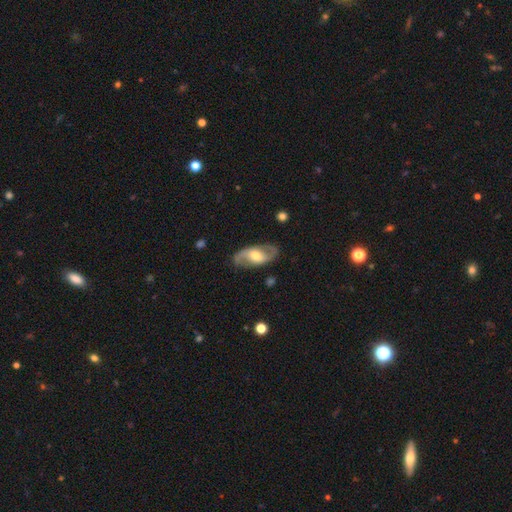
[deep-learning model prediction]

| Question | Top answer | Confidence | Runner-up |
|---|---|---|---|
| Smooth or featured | featured or disk | 80% | smooth (15%) |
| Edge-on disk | no | 95% | yes (5%) |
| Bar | no | 42% | weak (41%) |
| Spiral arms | yes | 91% | no (9%) |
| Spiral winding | loose | 45% | medium (41%) |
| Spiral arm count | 2 | 91% | can't tell (4%) |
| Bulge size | moderate | 67% | small (24%) |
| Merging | none | 82% | minor disturbance (12%) |